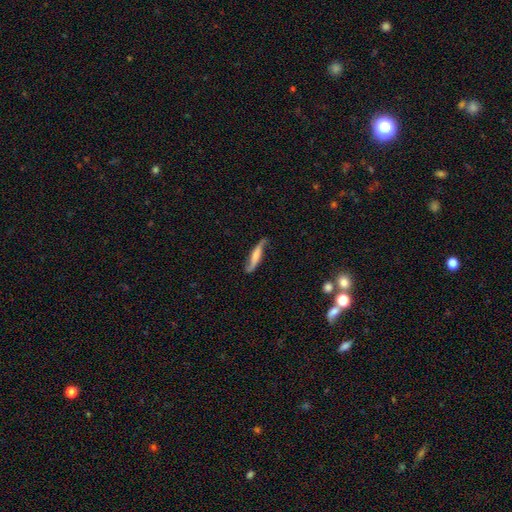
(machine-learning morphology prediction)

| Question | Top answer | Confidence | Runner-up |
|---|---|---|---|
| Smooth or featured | featured or disk | 61% | smooth (34%) |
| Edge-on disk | no | 59% | yes (41%) |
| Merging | none | 66% | minor disturbance (24%) |